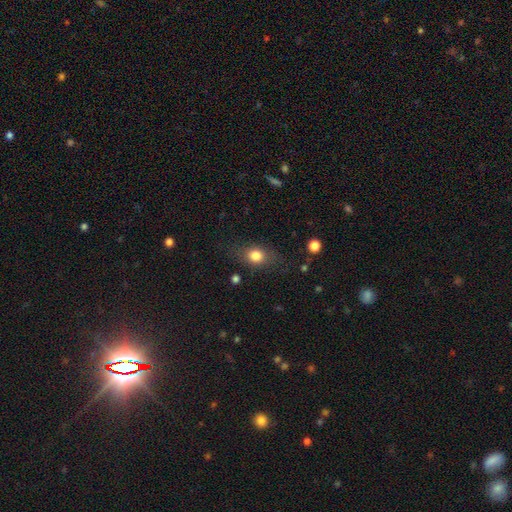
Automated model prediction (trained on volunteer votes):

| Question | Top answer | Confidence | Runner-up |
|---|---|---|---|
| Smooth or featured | smooth | 79% | featured or disk (12%) |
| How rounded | in between | 49% | round (47%) |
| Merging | none | 73% | minor disturbance (18%) |